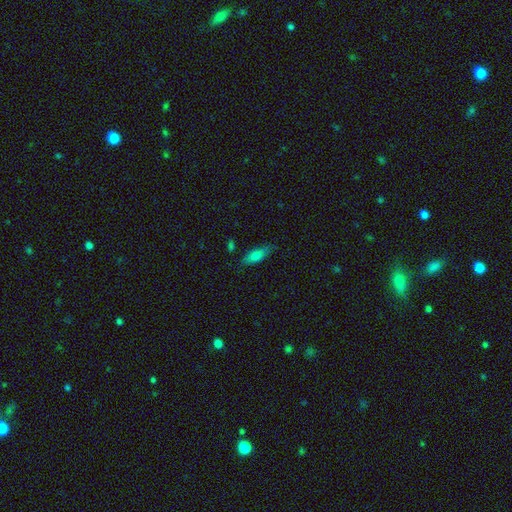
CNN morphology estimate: Smooth or featured? smooth (68%)
How rounded? in between (54%)
Merging? none (78%)